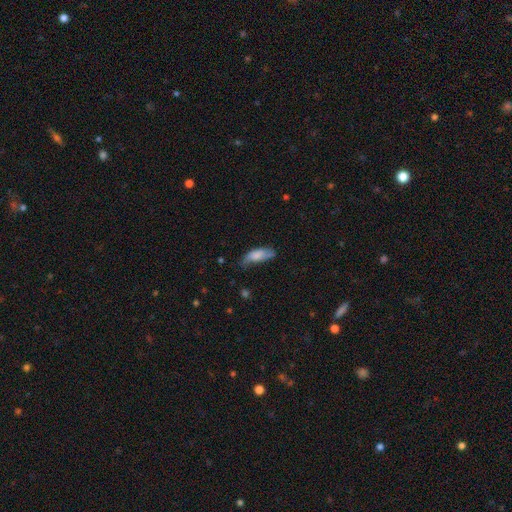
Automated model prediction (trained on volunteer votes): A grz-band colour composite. It shows a smooth galaxy with no disk features (72%) that is in between round and cigar-shaped (72%). Merging: none (48%).